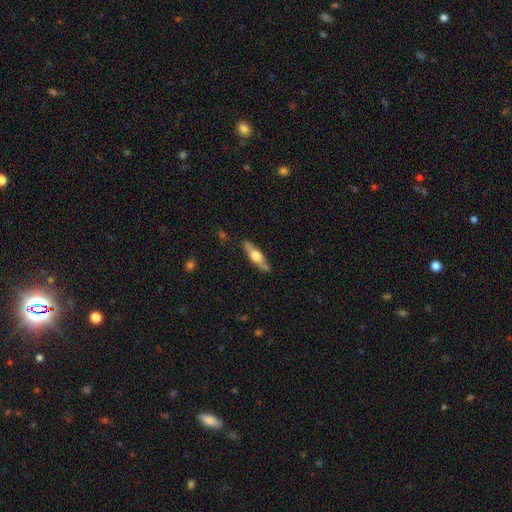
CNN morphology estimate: This appears to be a featured or disk galaxy (48%). Merging: none (82%).